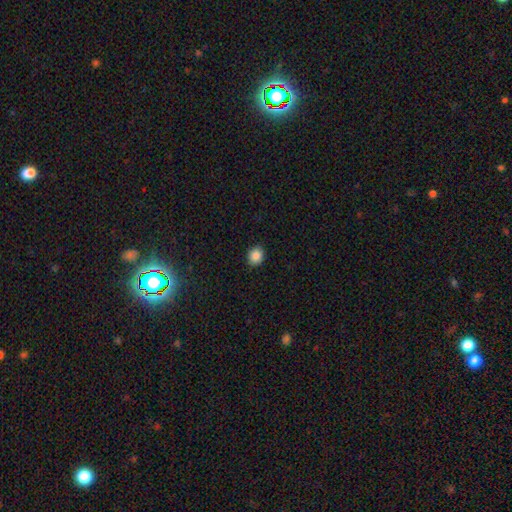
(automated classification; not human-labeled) This is clearly a smooth galaxy (87%). How rounded: likely round (67%). Merging: clearly none (90%).